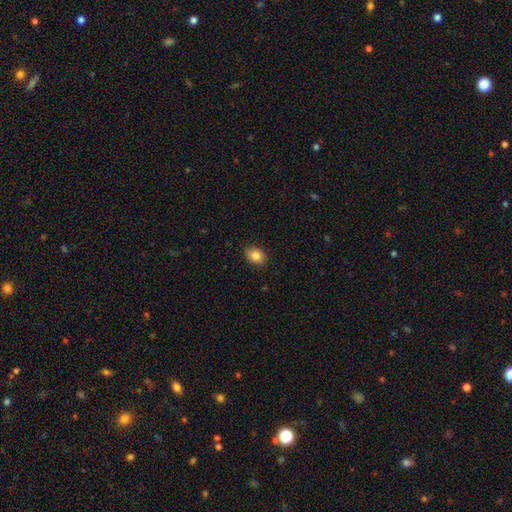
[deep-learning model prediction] Smooth or featured: smooth — 86% (star or artifact — 8%)
How rounded: in between — 71% (round — 28%)
Merging: none — 89% (minor disturbance — 8%)